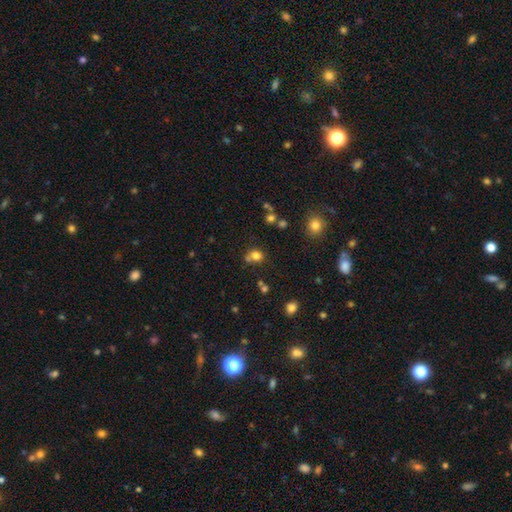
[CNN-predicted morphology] Smooth or featured? Predicted: smooth (p=0.76). How rounded? Predicted: round (p=0.66). Merging? Predicted: none (p=0.53).